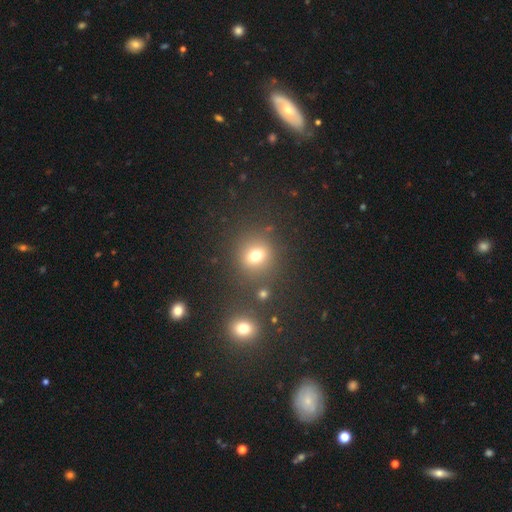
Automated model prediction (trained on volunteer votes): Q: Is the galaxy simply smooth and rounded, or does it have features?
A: smooth — 71%.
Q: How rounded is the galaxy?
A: round — 78%.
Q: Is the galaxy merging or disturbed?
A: none — 79%.